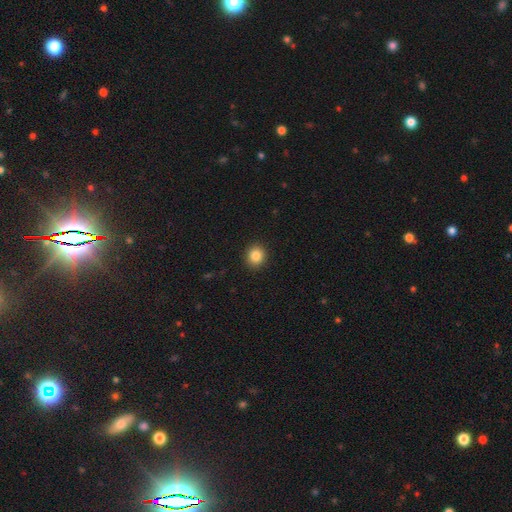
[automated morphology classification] Overall: smooth (85%). How rounded: round (85%). Merging: none (93%).